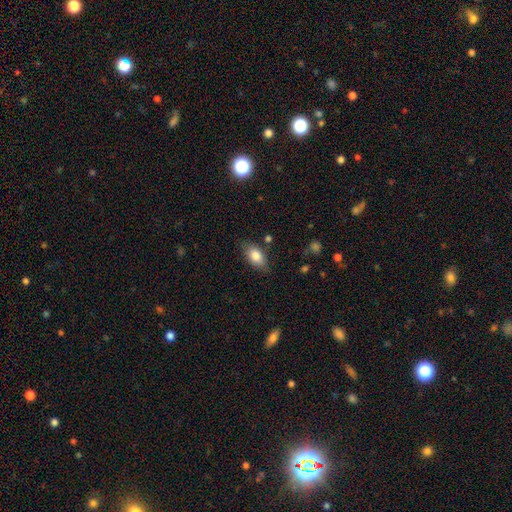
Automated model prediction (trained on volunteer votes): smooth 81%, featured or disk 11%, star or artifact 7%. Down the decision tree: how rounded — in between (89%); merging — none (78%).